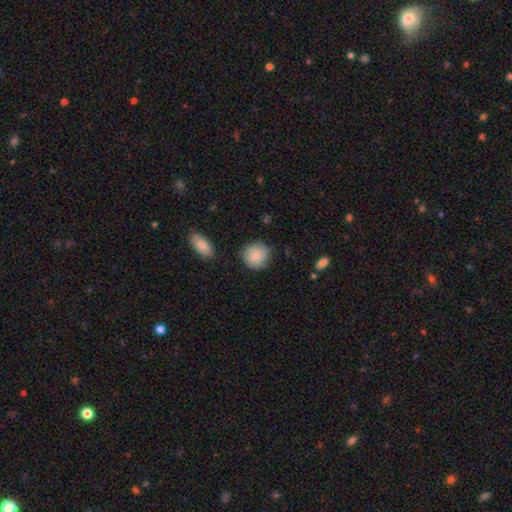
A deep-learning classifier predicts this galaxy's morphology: This is likely a smooth galaxy (75%). How rounded: clearly round (86%). Merging: likely none (77%).